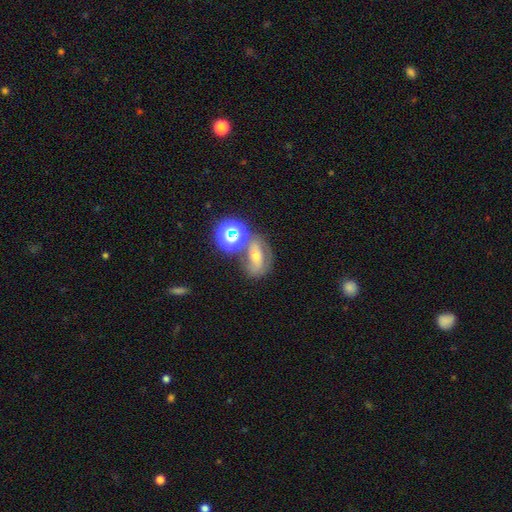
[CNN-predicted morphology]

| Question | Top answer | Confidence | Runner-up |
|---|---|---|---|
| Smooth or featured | featured or disk | 42% | smooth (31%) |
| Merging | none | 53% | merger (21%) |